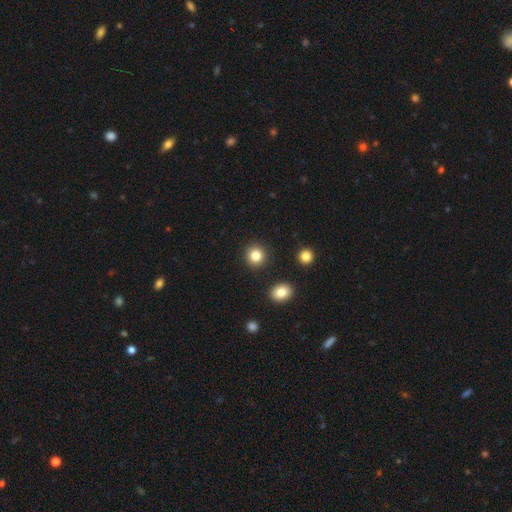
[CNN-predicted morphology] A smooth galaxy with no disk features (84%) that is round (90%). Merging: none (90%).